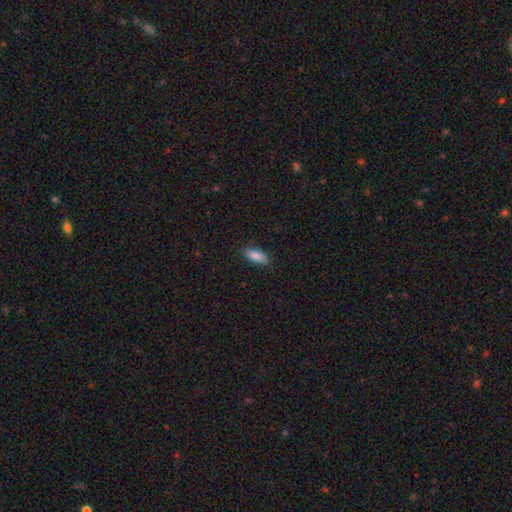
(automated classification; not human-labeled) Q: Smooth or featured?
A: smooth (86%); runner-up: featured or disk (7%)
Q: How rounded?
A: in between (82%); runner-up: cigar-shaped (16%)
Q: Merging?
A: none (86%); runner-up: minor disturbance (11%)